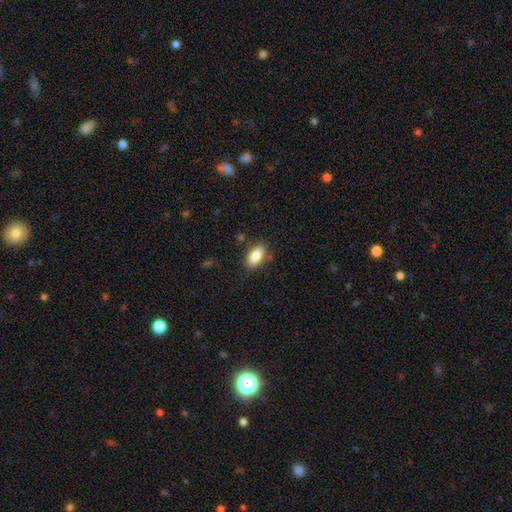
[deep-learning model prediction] This is clearly a smooth galaxy (83%). How rounded: clearly in between (88%). Merging: clearly none (83%).